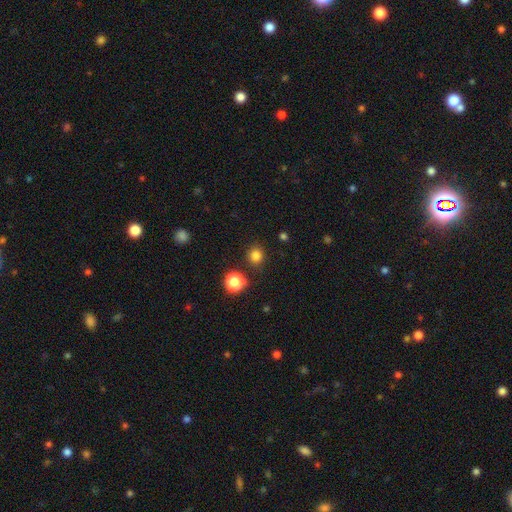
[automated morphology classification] Q: Smooth or featured?
A: smooth (81%); runner-up: star or artifact (15%)
Q: How rounded?
A: round (89%); runner-up: in between (10%)
Q: Merging?
A: none (87%); runner-up: minor disturbance (7%)